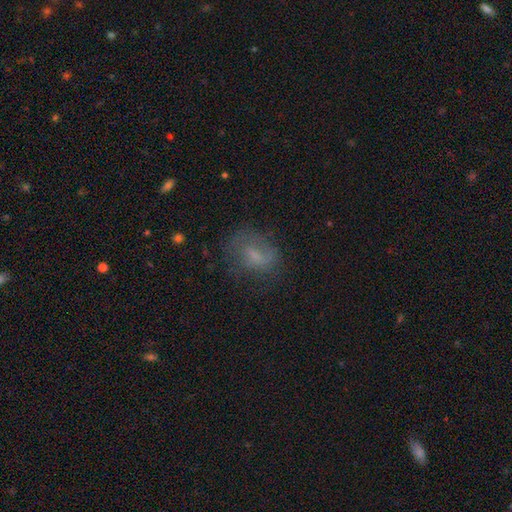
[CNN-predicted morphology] Q: Smooth or featured?
A: smooth (54%); runner-up: featured or disk (32%)
Q: How rounded?
A: in between (64%); runner-up: round (33%)
Q: Merging?
A: none (57%); runner-up: minor disturbance (23%)